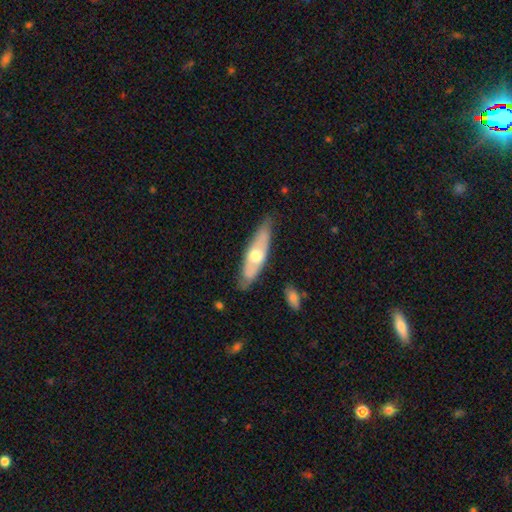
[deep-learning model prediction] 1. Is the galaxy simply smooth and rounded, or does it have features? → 51% featured or disk, 44% smooth, 5% star or artifact.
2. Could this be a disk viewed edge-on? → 51% no, 49% yes.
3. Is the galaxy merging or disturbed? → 77% none, 17% minor disturbance, 4% major disturbance, 2% merger.